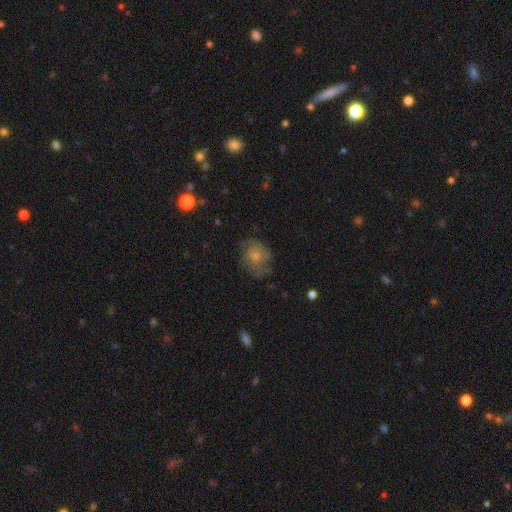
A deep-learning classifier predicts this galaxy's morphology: A featured or disk galaxy (46%). Merging: none (58%).